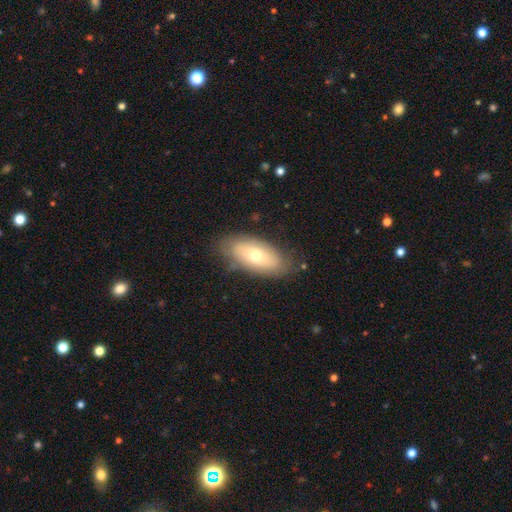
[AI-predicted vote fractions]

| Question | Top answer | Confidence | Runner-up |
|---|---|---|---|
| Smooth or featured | smooth | 60% | featured or disk (32%) |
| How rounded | in between | 87% | cigar-shaped (10%) |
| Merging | none | 79% | minor disturbance (15%) |